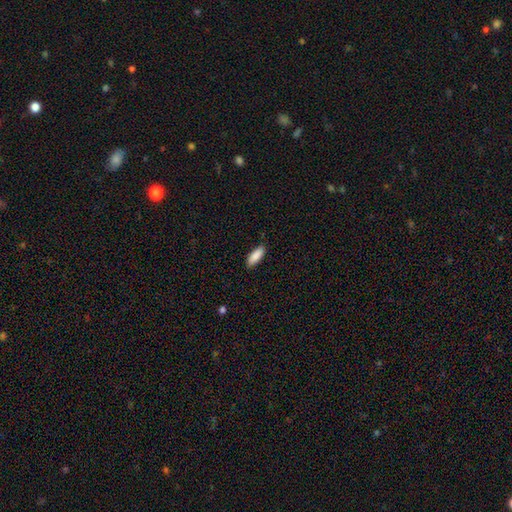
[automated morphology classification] Smooth or featured?
  - smooth: 90% *
  - star or artifact: 6%
  - featured or disk: 5%
How rounded?
  - in between: 66% *
  - cigar-shaped: 33%
  - round: 2%
Merging?
  - none: 87% *
  - minor disturbance: 10%
  - major disturbance: 2%
  - merger: 1%